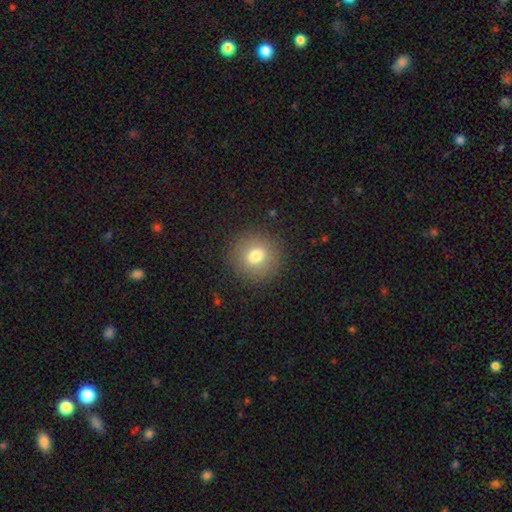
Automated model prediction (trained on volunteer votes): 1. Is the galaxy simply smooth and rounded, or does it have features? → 76% smooth, 13% featured or disk, 11% star or artifact.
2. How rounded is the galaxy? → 88% round, 11% in between, 1% cigar-shaped.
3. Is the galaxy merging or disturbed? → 88% none, 7% minor disturbance, 3% major disturbance, 1% merger.